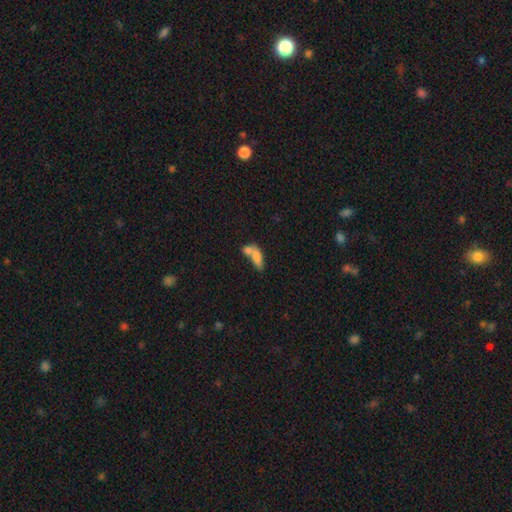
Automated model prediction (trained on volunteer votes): A smooth galaxy with no disk features (70%) that is in between round and cigar-shaped (72%).

Vote fractions:
- Smooth or featured? smooth: 70% / featured or disk: 22% / star or artifact: 9%
- How rounded? in between: 72% / cigar-shaped: 22% / round: 6%
- Merging? merger: 64% / none: 19% / minor disturbance: 9% / major disturbance: 8%